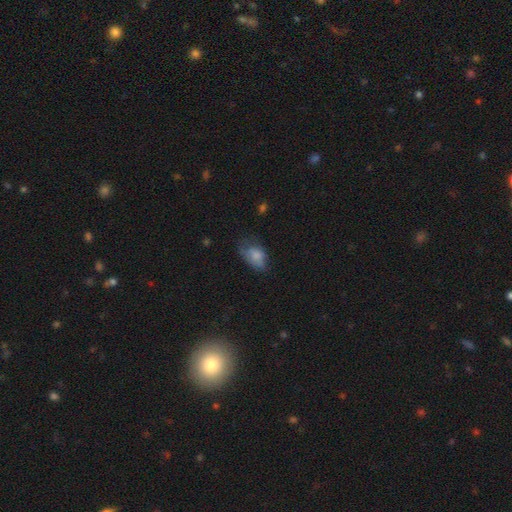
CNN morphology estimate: Smooth or featured? smooth (75%)
How rounded? in between (86%)
Merging? none (39%)